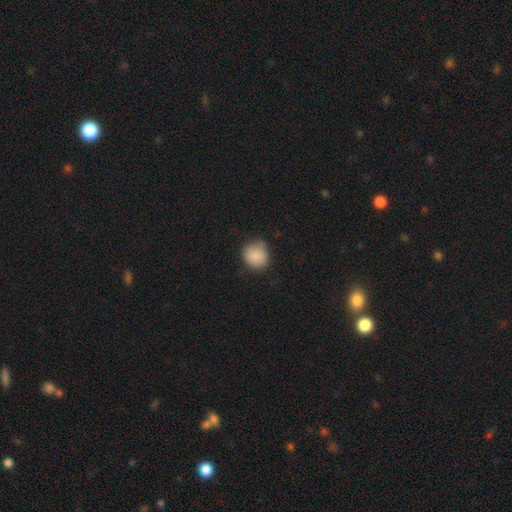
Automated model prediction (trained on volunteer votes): A smooth galaxy with no disk features (88%) that is round (83%).

Vote fractions:
- Smooth or featured? smooth: 88% / star or artifact: 8% / featured or disk: 4%
- How rounded? round: 83% / in between: 16% / cigar-shaped: 1%
- Merging? none: 73% / minor disturbance: 22% / major disturbance: 4% / merger: 1%